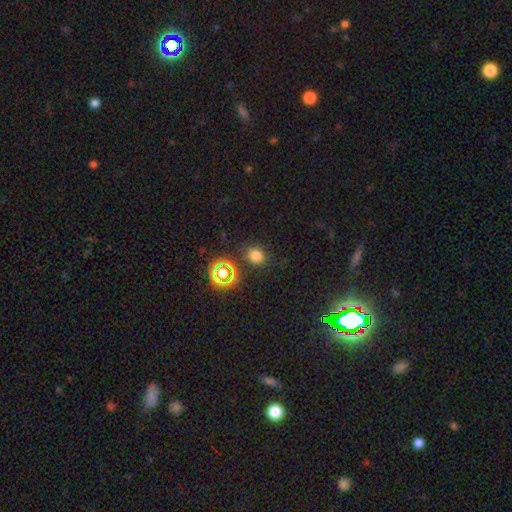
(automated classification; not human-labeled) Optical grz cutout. It shows a smooth galaxy with no disk features (73%) that is round (75%). Merging: none (83%).